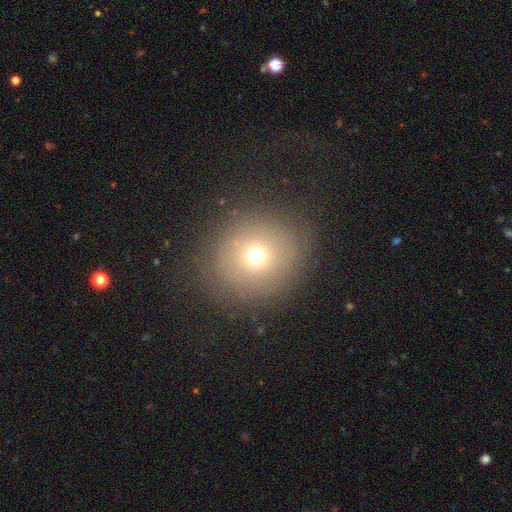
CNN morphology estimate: A smooth galaxy with no disk features (67%) that is round (91%). Merging: none (85%).